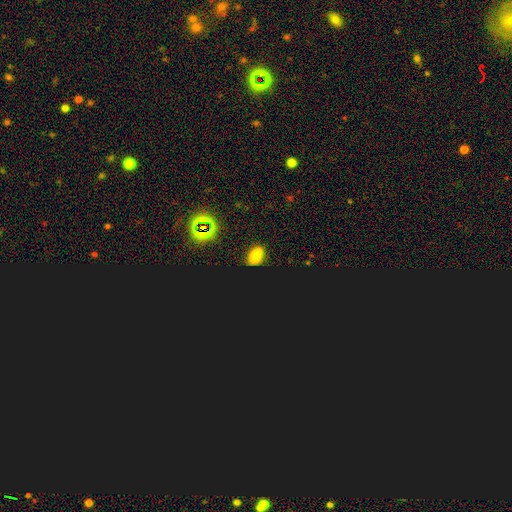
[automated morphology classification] Overall: smooth (53%; star or artifact 41%). How rounded: in between (80%). Merging: none (76%).